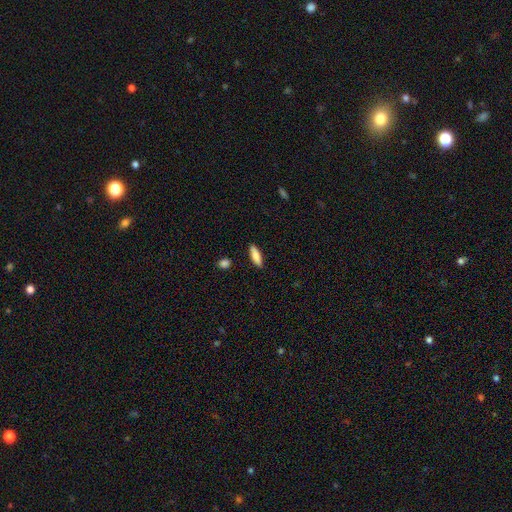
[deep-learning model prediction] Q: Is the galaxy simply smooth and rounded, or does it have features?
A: smooth — 85%.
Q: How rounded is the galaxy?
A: cigar-shaped — 52%.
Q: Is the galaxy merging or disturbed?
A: none — 88%.